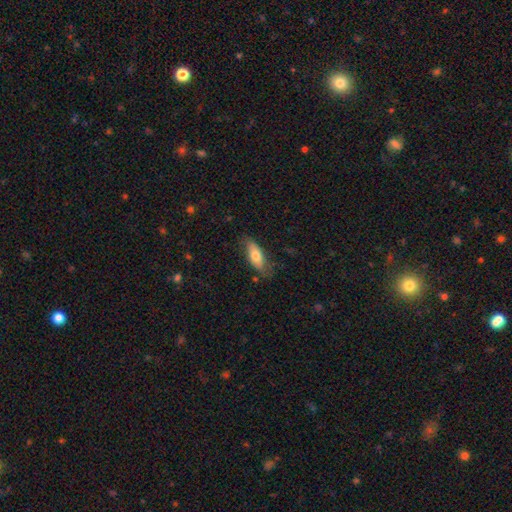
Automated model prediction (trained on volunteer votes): Smooth or featured?
  - smooth: 70% *
  - featured or disk: 24%
  - star or artifact: 6%
How rounded?
  - in between: 74% *
  - cigar-shaped: 23%
  - round: 3%
Merging?
  - none: 73% *
  - minor disturbance: 21%
  - major disturbance: 5%
  - merger: 2%